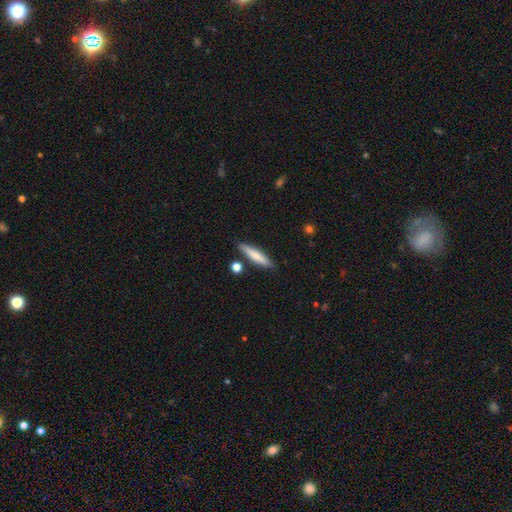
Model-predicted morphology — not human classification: This is likely a smooth galaxy (70%). How rounded: clearly cigar-shaped (87%). Merging: clearly none (84%).